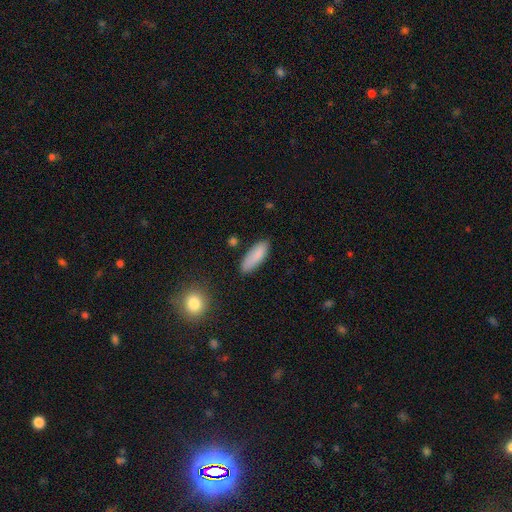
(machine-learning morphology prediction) smooth-or-featured: smooth: 87% | featured or disk: 7% | star or artifact: 7%
  how-rounded: in between: 62% | cigar-shaped: 36% | round: 2%
  merging: none: 79% | minor disturbance: 15% | major disturbance: 3% | merger: 3%